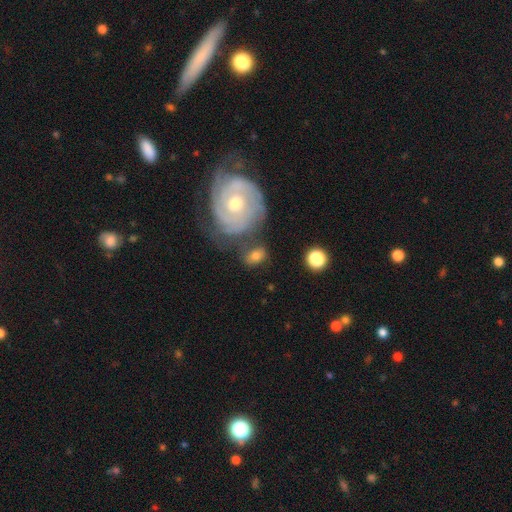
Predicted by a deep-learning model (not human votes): A smooth galaxy with no disk features (56%) that is in between round and cigar-shaped (64%). Merging: none (56%).